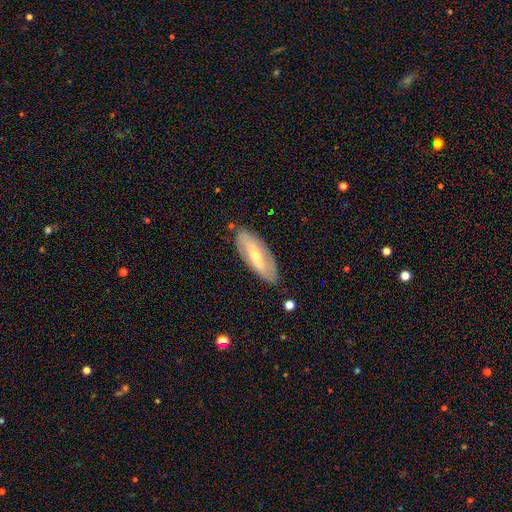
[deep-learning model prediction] Smooth or featured? featured or disk (65%)
Edge-on disk? no (83%)
Bar? weak (37%)
Spiral arms? yes (70%)
Bulge size? small (55%)
Merging? none (81%)